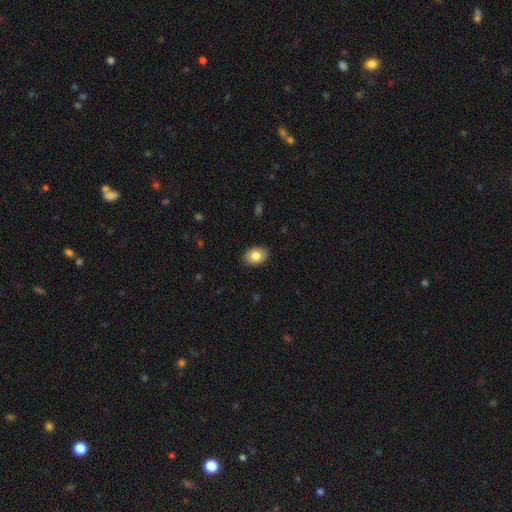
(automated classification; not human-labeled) A smooth galaxy with no disk features (82%) that is in between round and cigar-shaped (79%).

Vote fractions:
- Smooth or featured? smooth: 82% / featured or disk: 10% / star or artifact: 8%
- How rounded? in between: 79% / round: 20% / cigar-shaped: 1%
- Merging? none: 89% / minor disturbance: 8% / major disturbance: 2% / merger: 1%